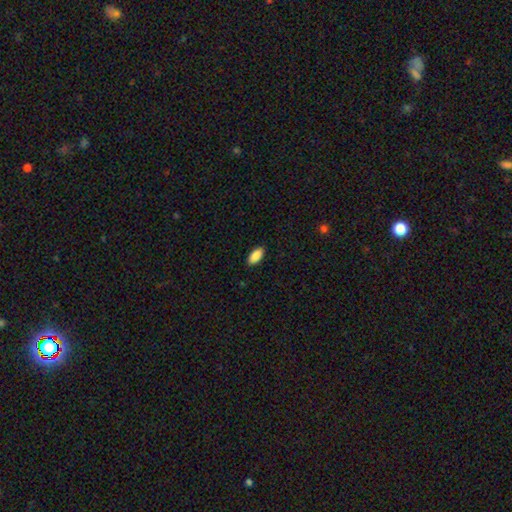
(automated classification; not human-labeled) This is clearly a smooth galaxy (90%). How rounded: clearly in between (90%). Merging: clearly none (90%).